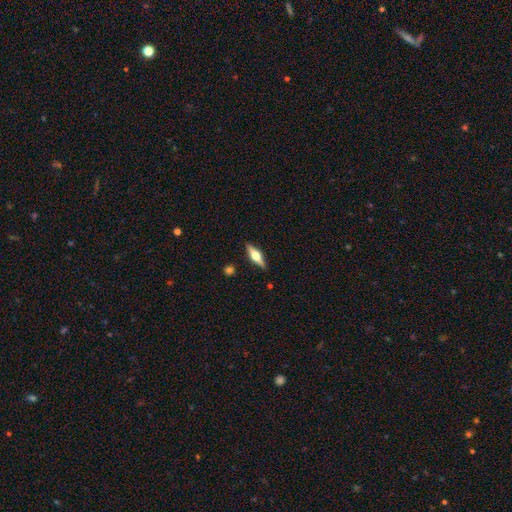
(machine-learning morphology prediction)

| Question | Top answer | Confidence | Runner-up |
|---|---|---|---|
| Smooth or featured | featured or disk | 66% | smooth (28%) |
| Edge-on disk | yes | 96% | no (4%) |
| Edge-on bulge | rounded | 94% | boxy (5%) |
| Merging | none | 88% | minor disturbance (8%) |